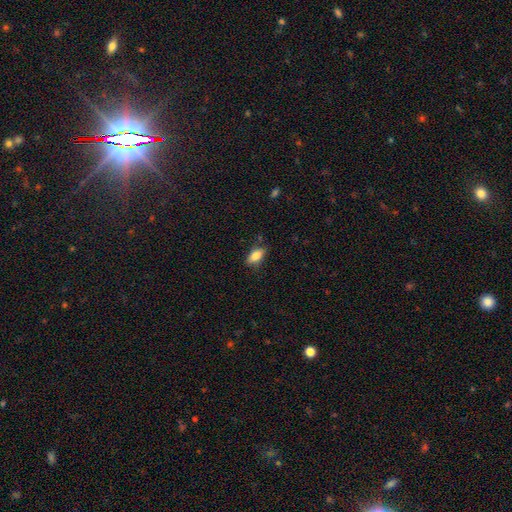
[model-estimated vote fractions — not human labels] A smooth galaxy with no disk features (81%) that is in between round and cigar-shaped (86%). Merging: none (78%).